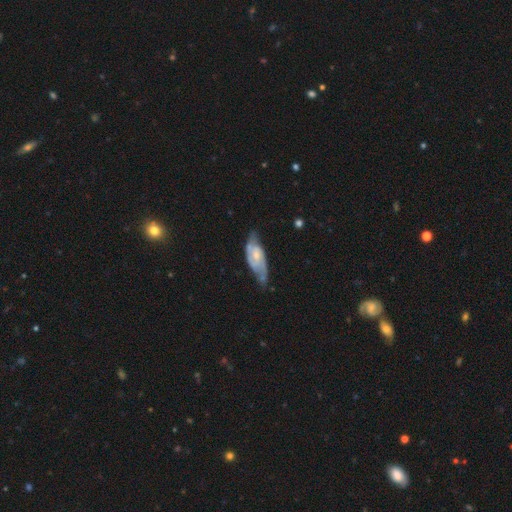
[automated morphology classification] Smooth or featured? Predicted: featured or disk (p=0.77). Edge-on disk? Predicted: no (p=0.91). Bar? Predicted: no (p=0.50). Spiral arms? Predicted: yes (p=0.93). Spiral winding? Predicted: medium (p=0.45). Spiral arm count? Predicted: 2 (p=0.78). Bulge size? Predicted: small (p=0.52). Merging? Predicted: none (p=0.58).